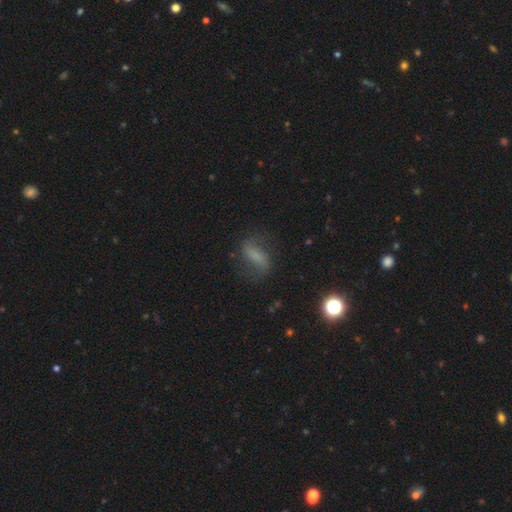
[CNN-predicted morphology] Smooth or featured: featured or disk — 44% (smooth — 43%)
Merging: none — 70% (minor disturbance — 18%)